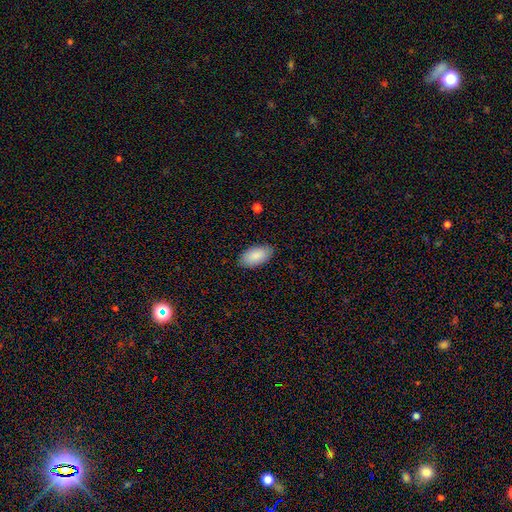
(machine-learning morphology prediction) smooth-or-featured: smooth: 88% | featured or disk: 6% | star or artifact: 6%
  how-rounded: in between: 95% | cigar-shaped: 3% | round: 2%
  merging: none: 85% | minor disturbance: 12% | major disturbance: 2% | merger: 1%